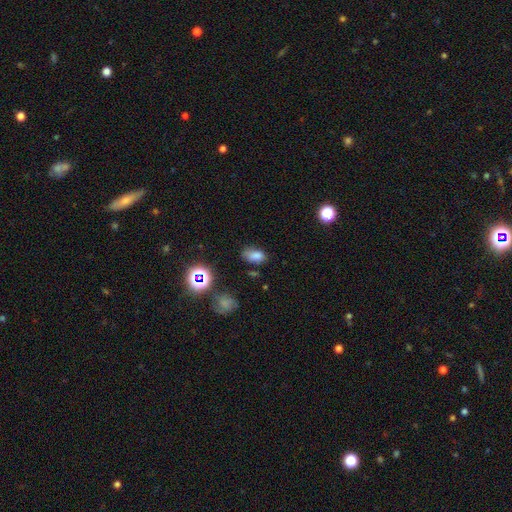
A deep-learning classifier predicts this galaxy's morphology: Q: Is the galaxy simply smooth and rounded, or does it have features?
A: smooth — 76%.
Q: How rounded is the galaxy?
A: in between — 88%.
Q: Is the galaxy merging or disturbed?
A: none — 64%.